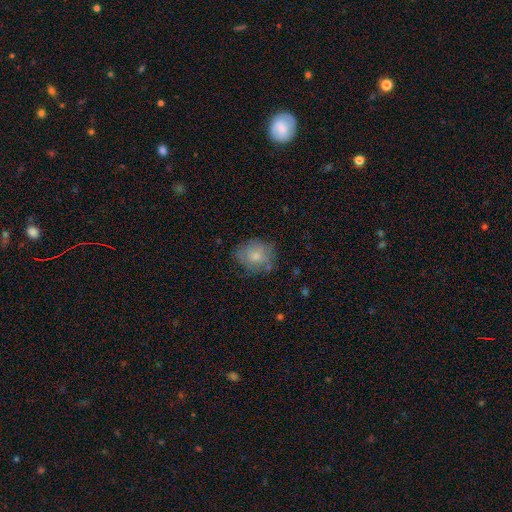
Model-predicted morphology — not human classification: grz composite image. It shows a smooth galaxy with no disk features (70%) that is round (68%). Merging: none (68%).